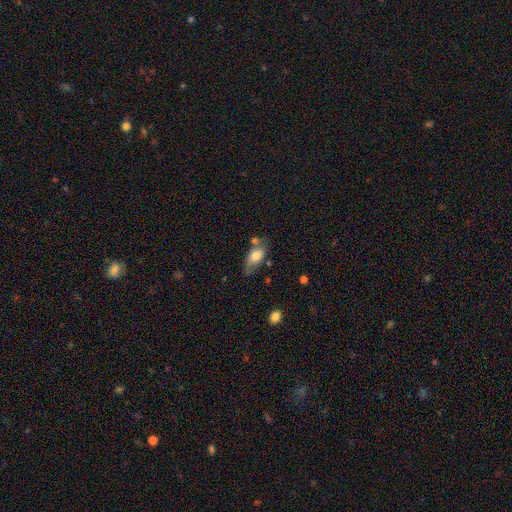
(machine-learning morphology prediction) Smooth or featured? Predicted: smooth (p=0.71). How rounded? Predicted: in between (p=0.88). Merging? Predicted: none (p=0.45).